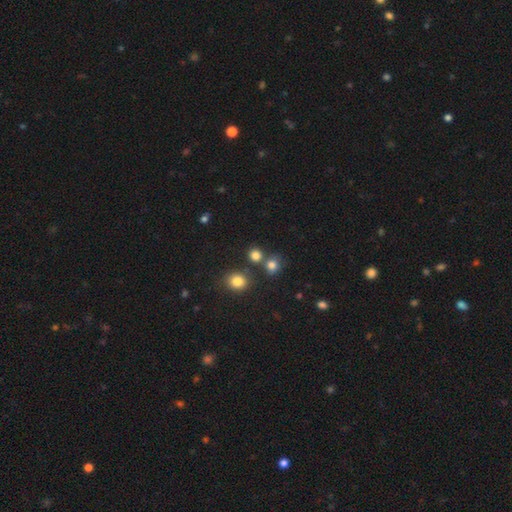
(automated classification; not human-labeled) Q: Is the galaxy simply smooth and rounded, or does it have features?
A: smooth — 80%.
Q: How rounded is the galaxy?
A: round — 84%.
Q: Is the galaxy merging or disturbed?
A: none — 71%.